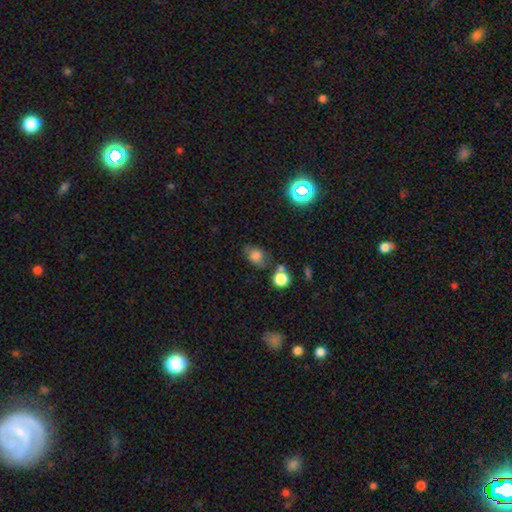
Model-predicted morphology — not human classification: Smooth or featured? smooth (72%)
How rounded? in between (72%)
Merging? none (57%)